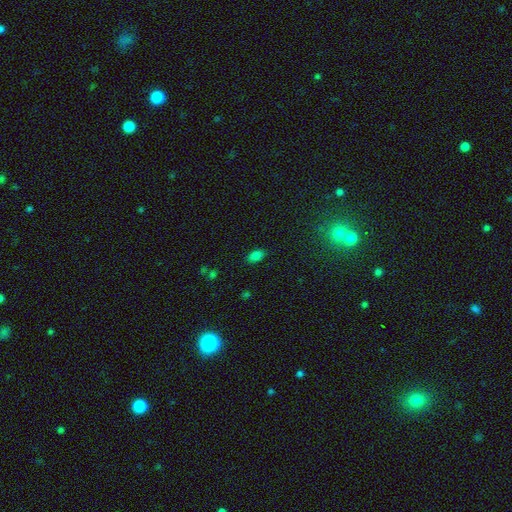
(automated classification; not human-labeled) smooth 80%, star or artifact 14%, featured or disk 5%. Down the decision tree: how rounded — in between (89%); merging — none (85%).